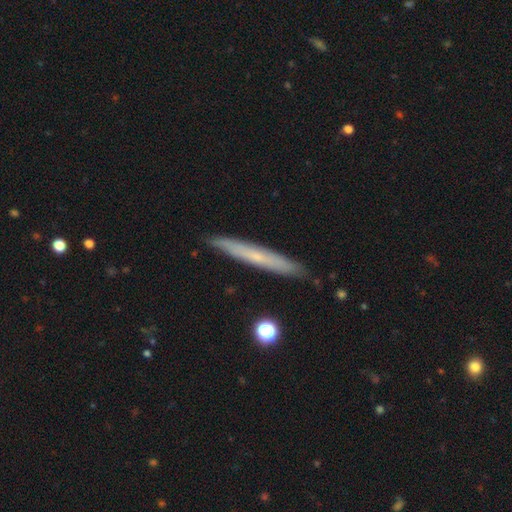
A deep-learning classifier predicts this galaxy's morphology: smooth_or_featured: featured or disk (p=0.50) [alt: smooth p=0.43]
merging: none (p=0.89) [alt: minor disturbance p=0.08]